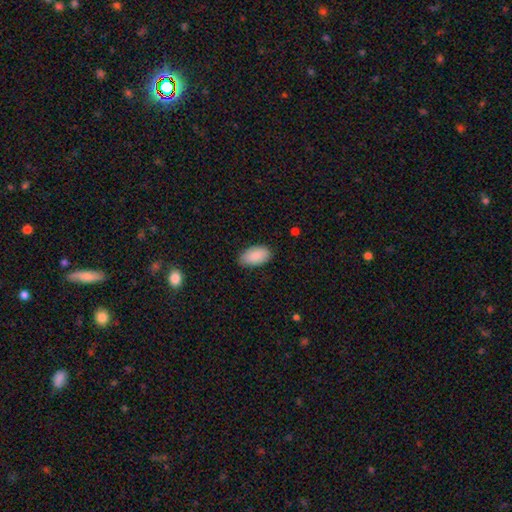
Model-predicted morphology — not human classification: smooth-or-featured: smooth: 89% | star or artifact: 6% | featured or disk: 5%
  how-rounded: in between: 95% | round: 3% | cigar-shaped: 2%
  merging: none: 79% | minor disturbance: 18% | major disturbance: 3% | merger: 1%